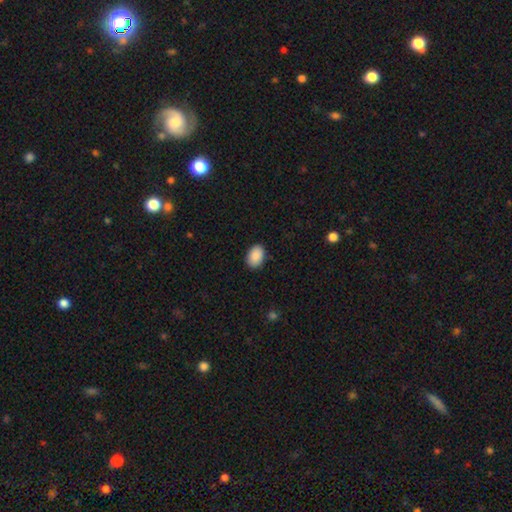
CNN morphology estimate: This is clearly a smooth galaxy (90%). How rounded: clearly in between (83%). Merging: clearly none (88%).